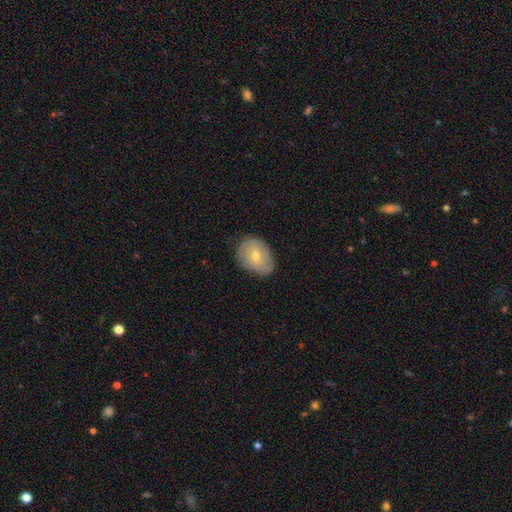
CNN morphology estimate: This appears to be a smooth galaxy with no disk features (55%) that is in between round and cigar-shaped (72%). Merging: none (78%).